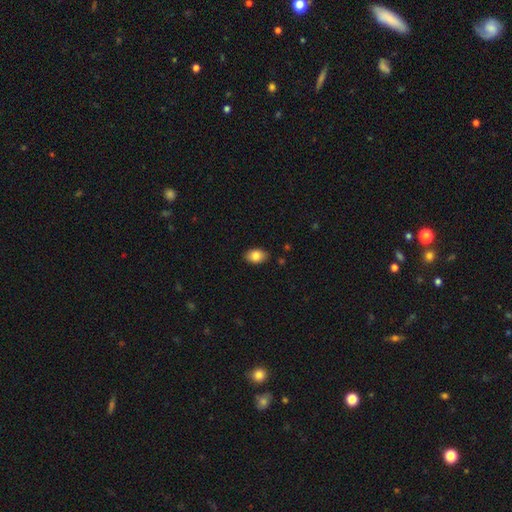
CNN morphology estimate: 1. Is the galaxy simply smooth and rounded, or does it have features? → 83% smooth, 9% featured or disk, 8% star or artifact.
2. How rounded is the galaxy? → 87% in between, 11% round, 1% cigar-shaped.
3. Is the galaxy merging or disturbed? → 87% none, 9% minor disturbance, 2% major disturbance, 1% merger.